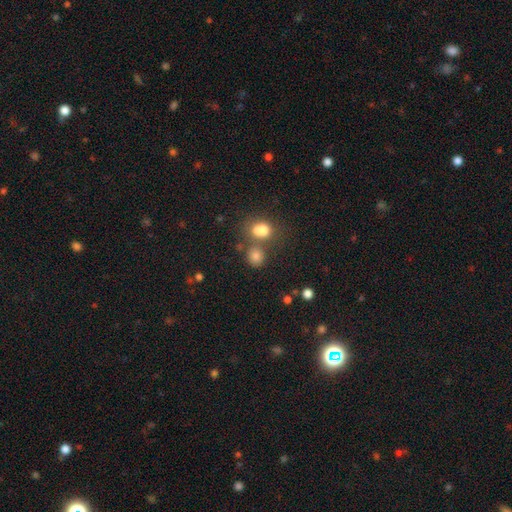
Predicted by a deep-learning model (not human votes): Smooth or featured? Predicted: smooth (p=0.77). How rounded? Predicted: round (p=0.72). Merging? Predicted: none (p=0.53).